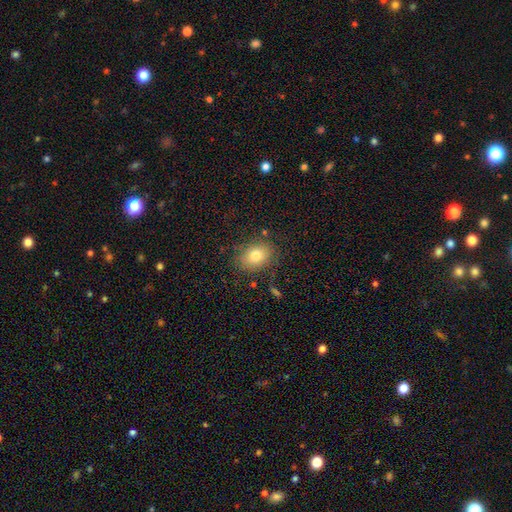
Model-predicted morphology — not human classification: The model was most divided on "how rounded": in between: 65%, round: 34%, cigar-shaped: 1%. More confident: merging — none (81%); smooth or featured — smooth (77%).